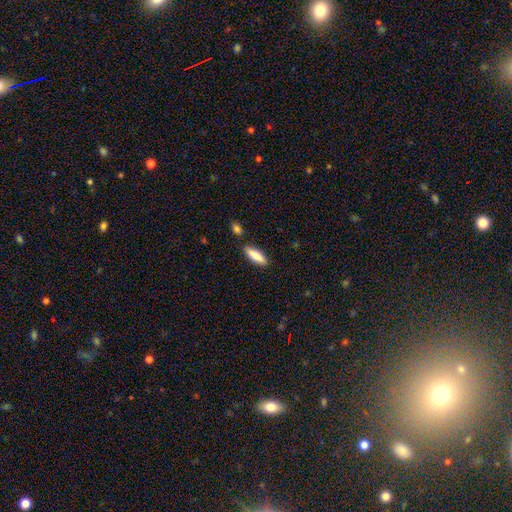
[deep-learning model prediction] Smooth or featured? Predicted: smooth (p=0.84). How rounded? Predicted: cigar-shaped (p=0.51). Merging? Predicted: none (p=0.84).